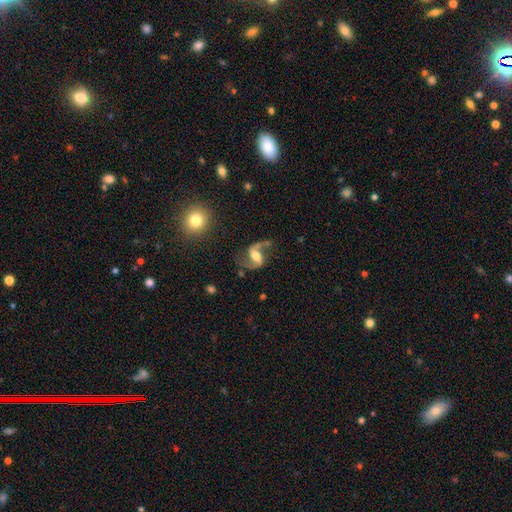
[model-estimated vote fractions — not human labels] Morphology: type=featured or disk (87%); edge-on=no (97%); bar=weak (41%); spiral arms=yes (96%); winding=loose (67%); arm count=2 (92%); bulge=moderate (59%); merging=none (67%).